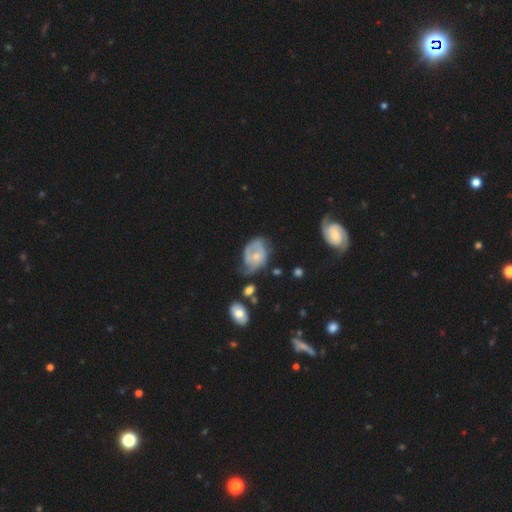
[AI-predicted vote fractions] A featured or disk galaxy (60%) with no bar (72%), spiral arms (73%) and a small central bulge (56%). Merging: minor disturbance (33%, tied with none).